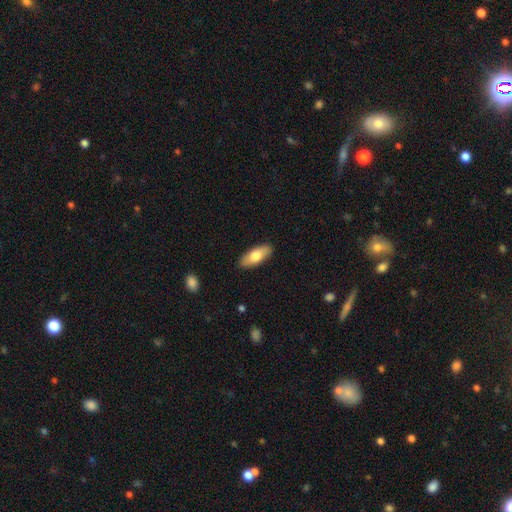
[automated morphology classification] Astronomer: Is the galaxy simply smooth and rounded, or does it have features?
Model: smooth — 75%.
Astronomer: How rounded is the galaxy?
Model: in between — 78%.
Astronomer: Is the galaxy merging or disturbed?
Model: none — 89%.